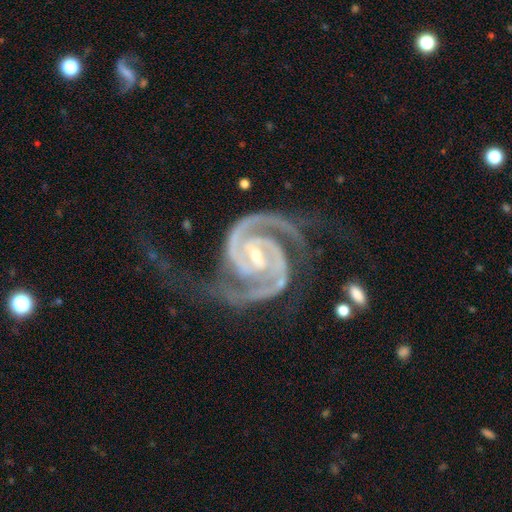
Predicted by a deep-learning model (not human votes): Morphology: type=featured or disk (94%); edge-on=no (98%); bar=weak (40%, tied with strong); spiral arms=yes (99%); winding=tight (56%); arm count=2 (88%); bulge=small (62%); merging=none (60%).